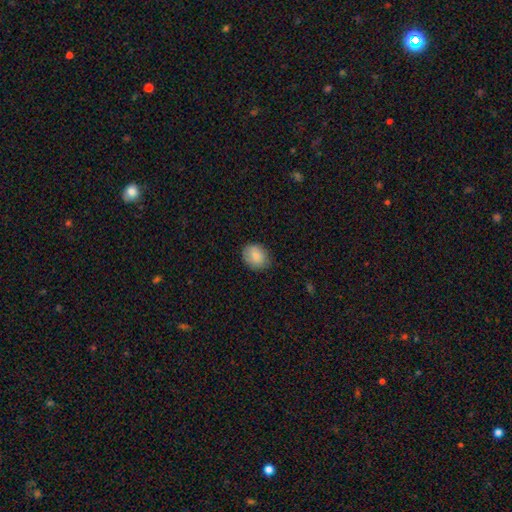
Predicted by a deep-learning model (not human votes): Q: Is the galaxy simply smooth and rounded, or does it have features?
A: smooth — 84%.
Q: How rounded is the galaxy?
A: in between — 52%.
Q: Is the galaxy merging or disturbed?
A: none — 81%.